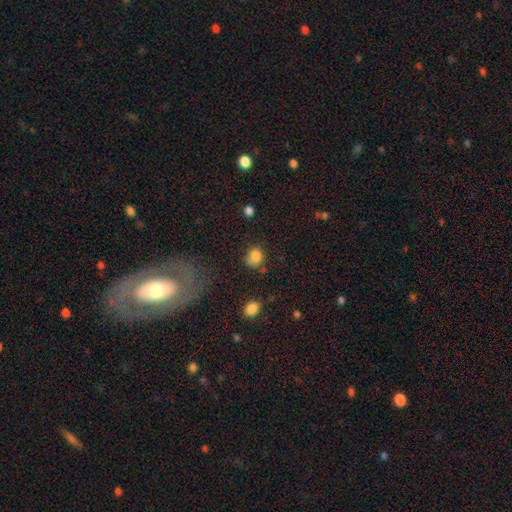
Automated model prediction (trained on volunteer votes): Overall: smooth (83%). How rounded: round (71%). Merging: none (59%; minor disturbance 26%).